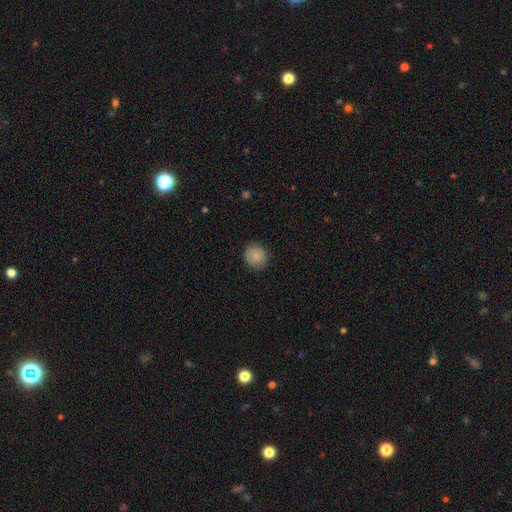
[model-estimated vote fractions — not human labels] The model was most divided on "smooth or featured": smooth: 86%, star or artifact: 8%, featured or disk: 6%. More confident: how rounded — round (89%); merging — none (88%).